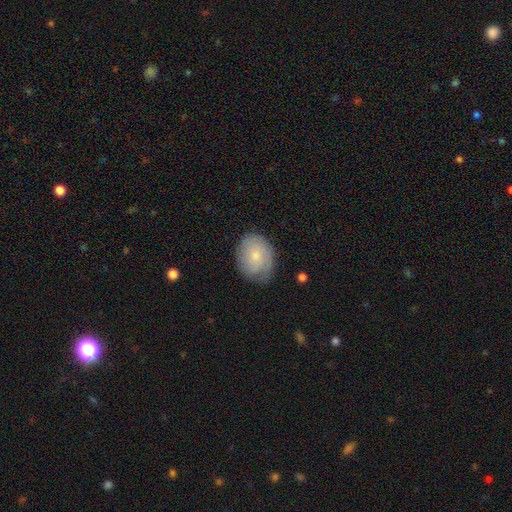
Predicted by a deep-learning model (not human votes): The model was most divided on "how rounded": in between: 57%, round: 42%, cigar-shaped: 1%. More confident: merging — none (66%); smooth or featured — smooth (57%).